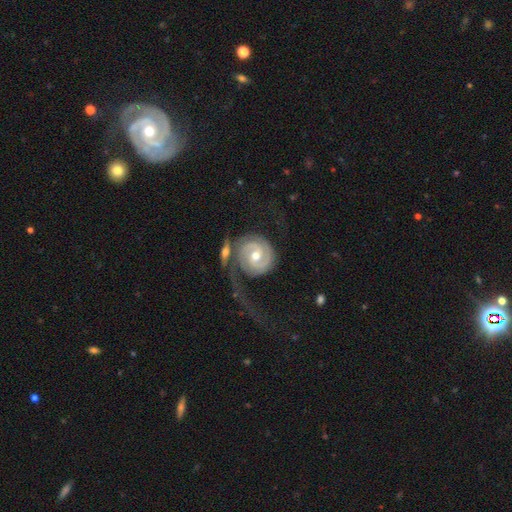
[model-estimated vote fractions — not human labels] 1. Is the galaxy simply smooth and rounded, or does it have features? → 89% featured or disk, 7% smooth, 4% star or artifact.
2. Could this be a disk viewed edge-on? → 97% no, 3% yes.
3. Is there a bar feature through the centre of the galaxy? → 48% no, 39% weak, 13% strong.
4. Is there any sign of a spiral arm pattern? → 97% yes, 3% no.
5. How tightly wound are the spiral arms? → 61% tight, 27% medium, 13% loose.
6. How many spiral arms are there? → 76% 2, 8% can't tell, 6% 1, 5% 3, 2% 4, 2% more than 4.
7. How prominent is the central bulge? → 71% moderate, 24% small, 4% large, 1% none, 1% dominant.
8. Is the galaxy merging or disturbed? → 37% none, 32% major disturbance, 16% minor disturbance, 15% merger.